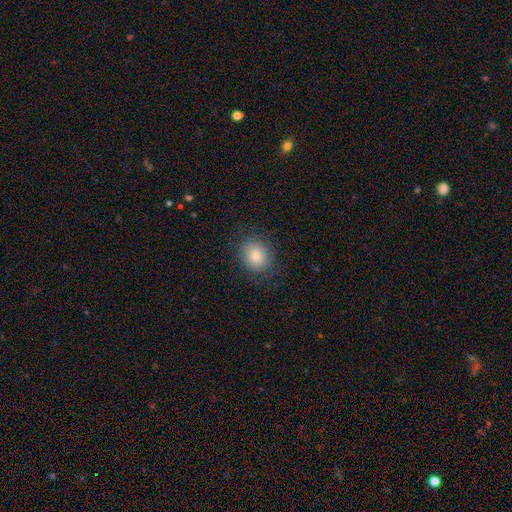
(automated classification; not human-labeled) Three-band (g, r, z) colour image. It shows a smooth galaxy with no disk features (77%) that is round (65%). Merging: none (84%).